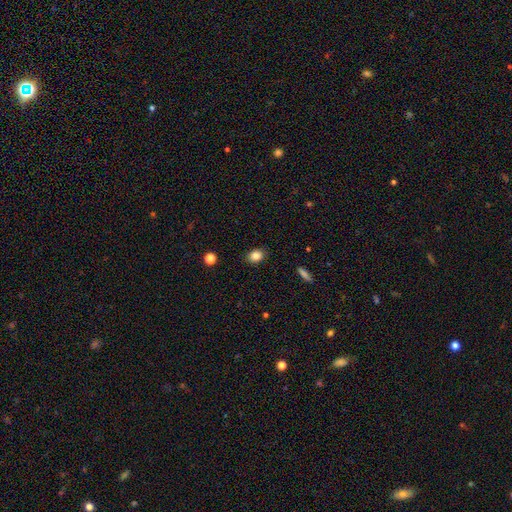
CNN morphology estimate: This is clearly a smooth galaxy (84%). How rounded: possibly in between (59%). Merging: clearly none (87%).